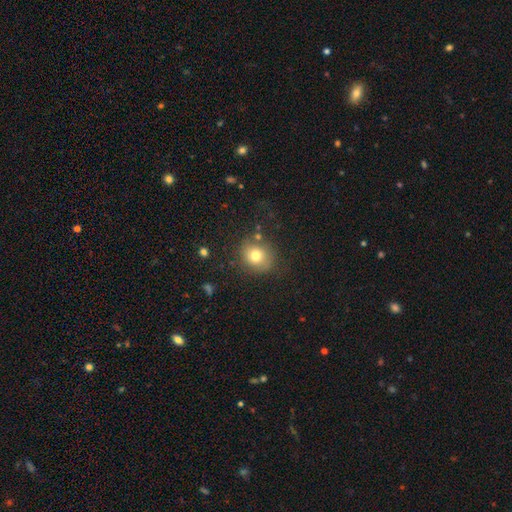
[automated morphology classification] Smooth or featured?
  - smooth: 75% *
  - featured or disk: 13%
  - star or artifact: 12%
How rounded?
  - round: 77% *
  - in between: 22%
  - cigar-shaped: 1%
Merging?
  - none: 77% *
  - minor disturbance: 14%
  - major disturbance: 5%
  - merger: 3%